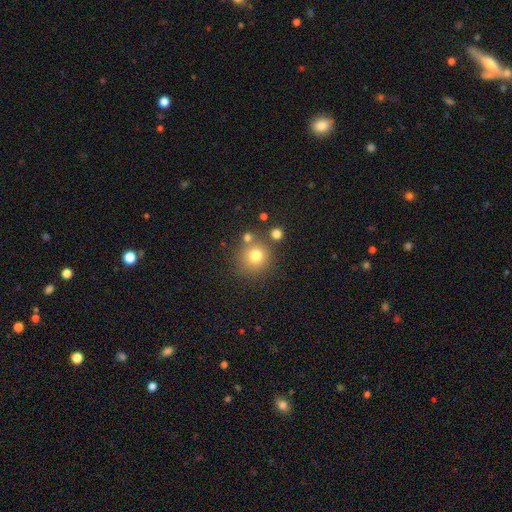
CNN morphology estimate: This appears to be a smooth galaxy with no disk features (76%) that is round (92%). Merging: none (75%).